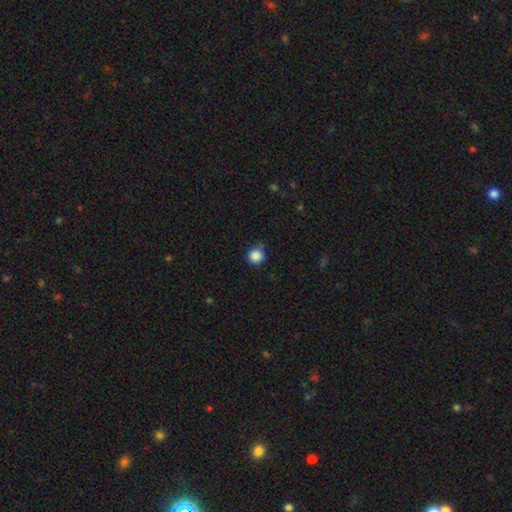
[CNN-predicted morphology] This is clearly a smooth galaxy (87%). How rounded: clearly round (94%). Merging: likely none (75%).